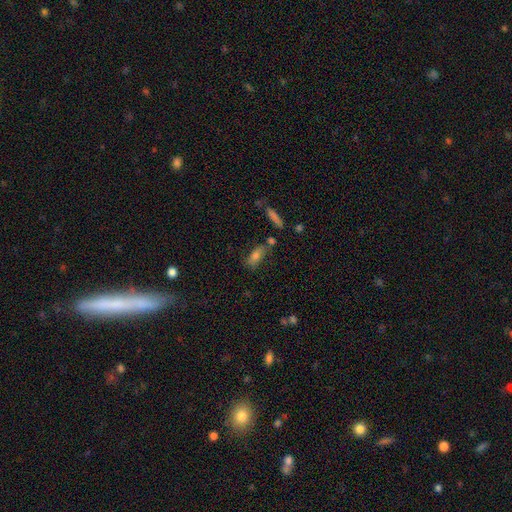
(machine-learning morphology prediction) smooth_or_featured: smooth (p=0.67) [alt: featured or disk p=0.22]
how_rounded: in between (p=0.66) [alt: cigar-shaped p=0.30]
merging: none (p=0.63) [alt: minor disturbance p=0.18]